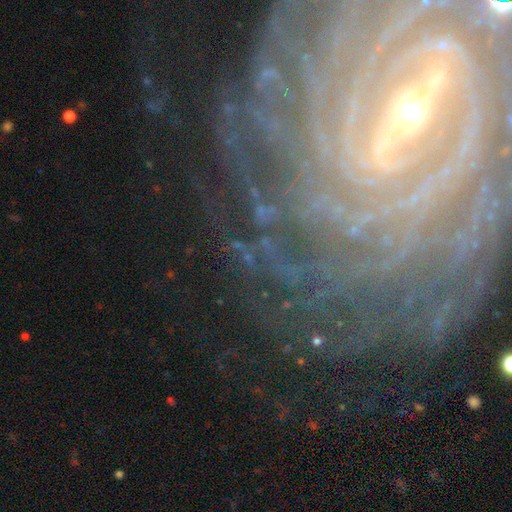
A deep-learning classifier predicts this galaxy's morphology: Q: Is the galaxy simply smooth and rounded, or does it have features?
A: featured or disk — 87%.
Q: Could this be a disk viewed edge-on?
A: no — 95%.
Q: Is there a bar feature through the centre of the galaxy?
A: strong — 50%.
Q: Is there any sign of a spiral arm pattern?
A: yes — 97%.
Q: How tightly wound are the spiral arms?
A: tight — 85%.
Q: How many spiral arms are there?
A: more than 4 — 38%.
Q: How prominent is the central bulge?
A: small — 69%.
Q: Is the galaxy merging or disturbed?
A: none — 80%.